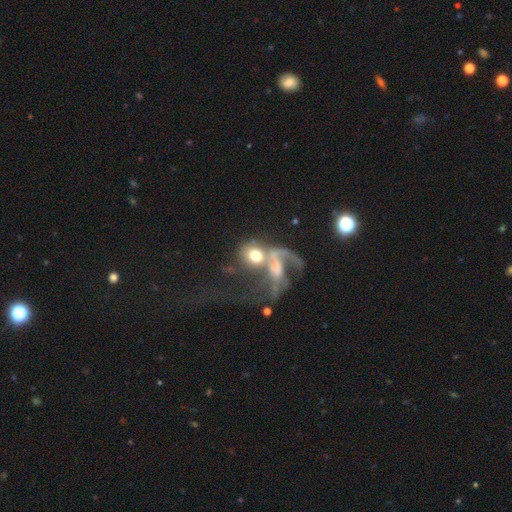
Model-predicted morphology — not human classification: Smooth or featured?
  - smooth: 47% *
  - featured or disk: 41%
  - star or artifact: 13%
Merging?
  - merger: 51% *
  - major disturbance: 26%
  - none: 15%
  - minor disturbance: 7%